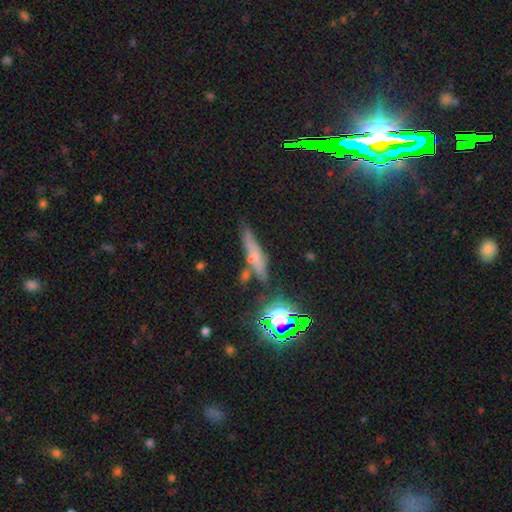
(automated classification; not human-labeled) This appears to be a smooth galaxy with no disk features (46%). Merging: none (66%).